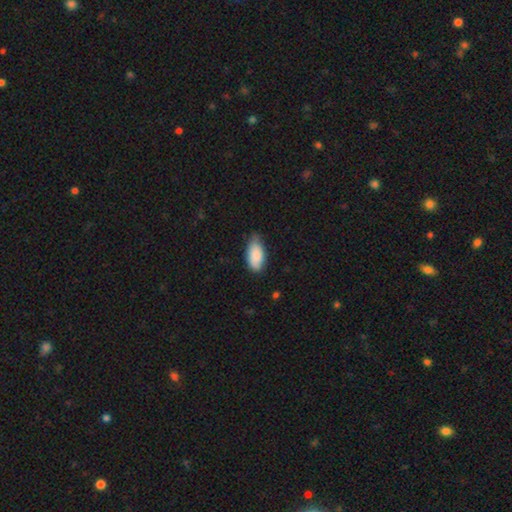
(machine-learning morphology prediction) smooth-or-featured: smooth: 87% | featured or disk: 7% | star or artifact: 6%
  how-rounded: in between: 92% | cigar-shaped: 6% | round: 2%
  merging: none: 59% | minor disturbance: 34% | major disturbance: 5% | merger: 1%